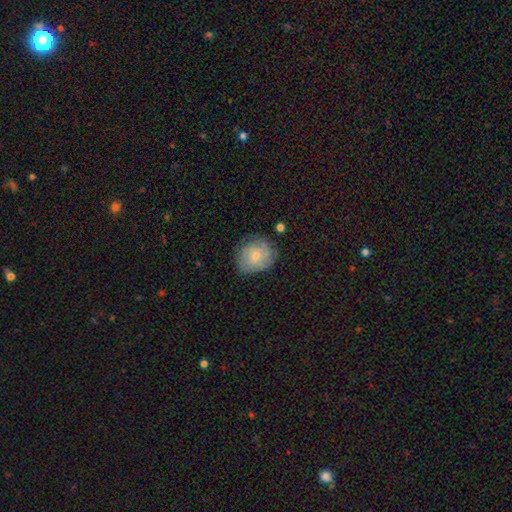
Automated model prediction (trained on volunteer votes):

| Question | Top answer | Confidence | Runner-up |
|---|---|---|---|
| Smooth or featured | smooth | 59% | featured or disk (33%) |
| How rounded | round | 73% | in between (26%) |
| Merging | none | 72% | minor disturbance (21%) |